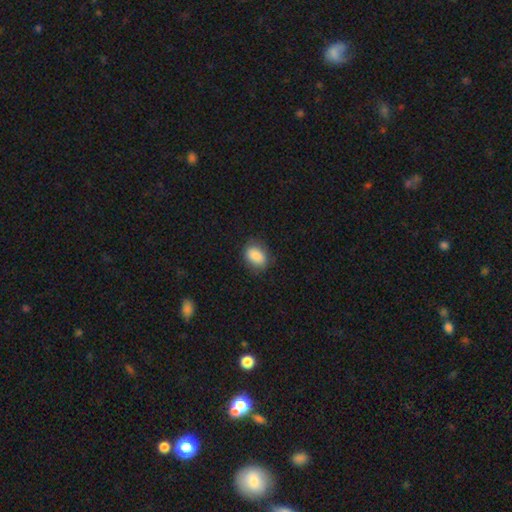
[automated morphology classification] The model was most divided on "how rounded": in between: 75%, round: 23%, cigar-shaped: 1%. More confident: smooth or featured — smooth (86%); merging — none (78%).